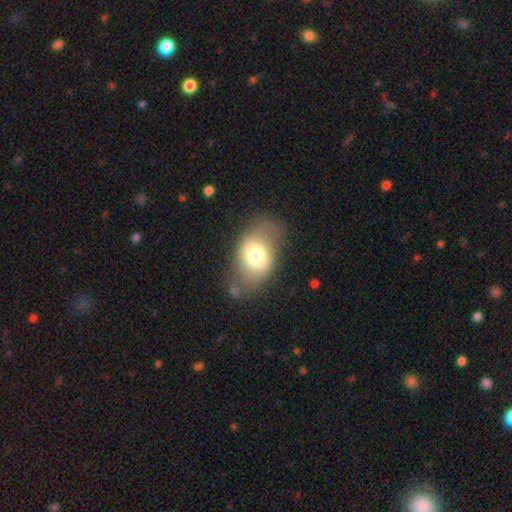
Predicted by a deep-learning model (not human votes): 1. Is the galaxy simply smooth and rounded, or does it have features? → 68% smooth, 24% featured or disk, 8% star or artifact.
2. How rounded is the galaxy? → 85% in between, 13% round, 2% cigar-shaped.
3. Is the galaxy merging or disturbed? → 69% none, 19% minor disturbance, 9% major disturbance, 3% merger.